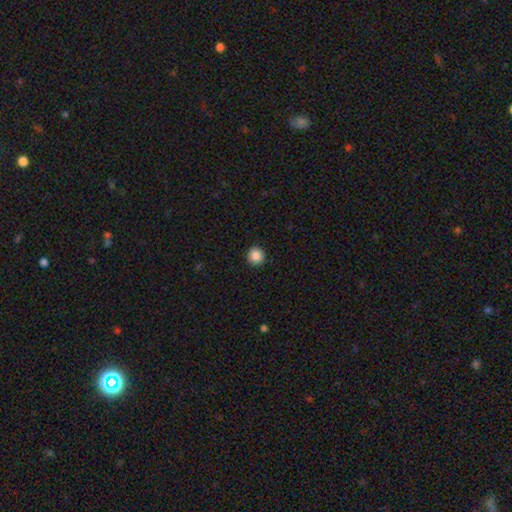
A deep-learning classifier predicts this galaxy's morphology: type=smooth (86%); roundness=round (93%); merging=none (93%).